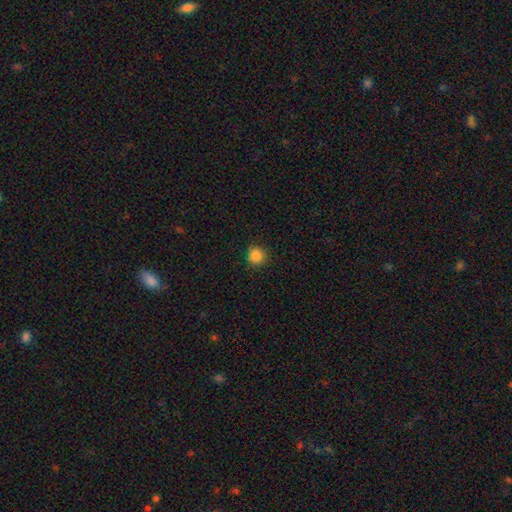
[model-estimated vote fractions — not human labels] smooth 85%, star or artifact 11%, featured or disk 4%. Down the decision tree: how rounded — round (92%); merging — none (85%).